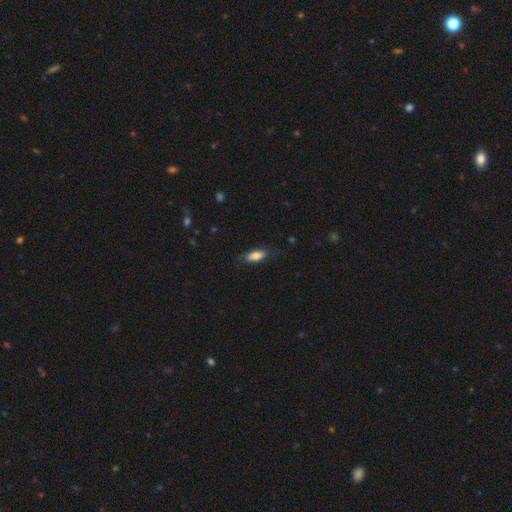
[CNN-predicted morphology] Smooth or featured: smooth — 80% (featured or disk — 14%)
How rounded: in between — 82% (cigar-shaped — 16%)
Merging: none — 72% (minor disturbance — 20%)